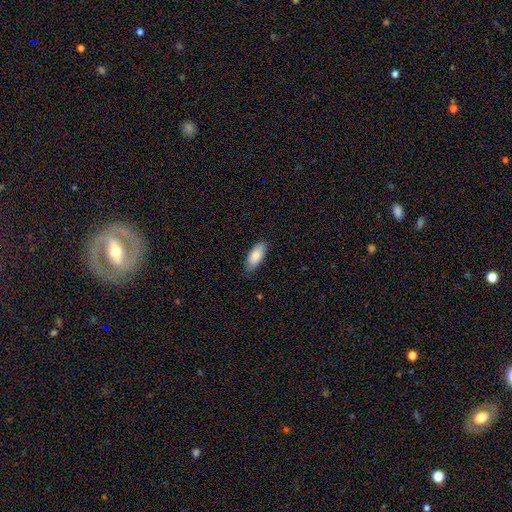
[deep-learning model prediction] Smooth or featured? Predicted: smooth (p=0.84). How rounded? Predicted: in between (p=0.83). Merging? Predicted: none (p=0.84).